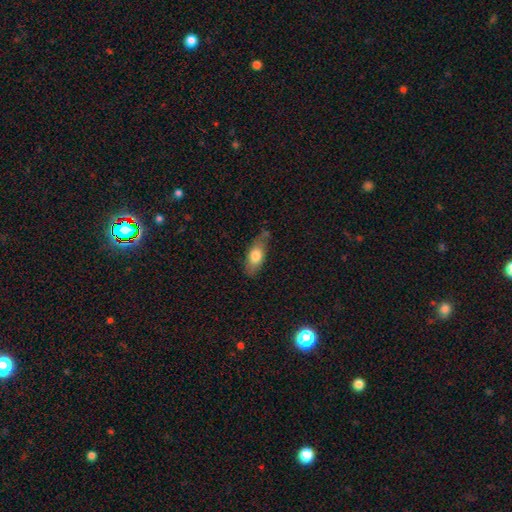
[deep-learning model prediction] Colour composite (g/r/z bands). It shows a smooth galaxy with no disk features (72%) that is in between round and cigar-shaped (77%). Merging: none (63%).